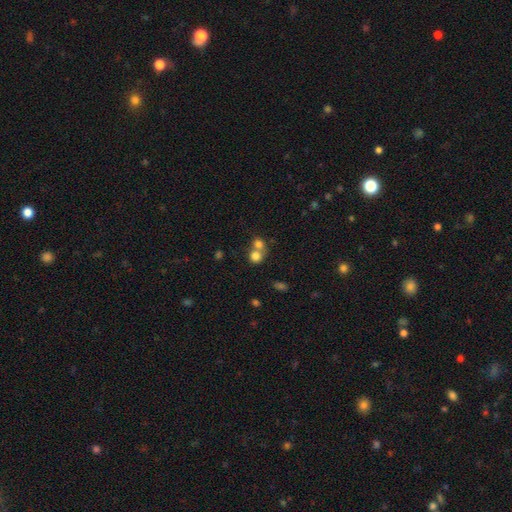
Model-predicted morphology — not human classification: A smooth galaxy with no disk features (77%) that is round (79%). Merging: merger (55%).